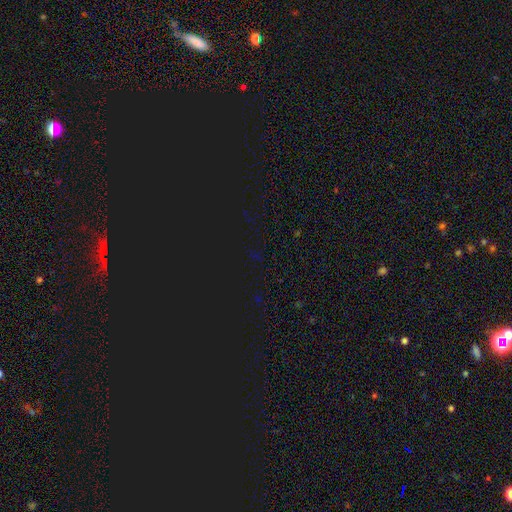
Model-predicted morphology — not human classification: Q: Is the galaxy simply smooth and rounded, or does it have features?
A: star or artifact — 79%.